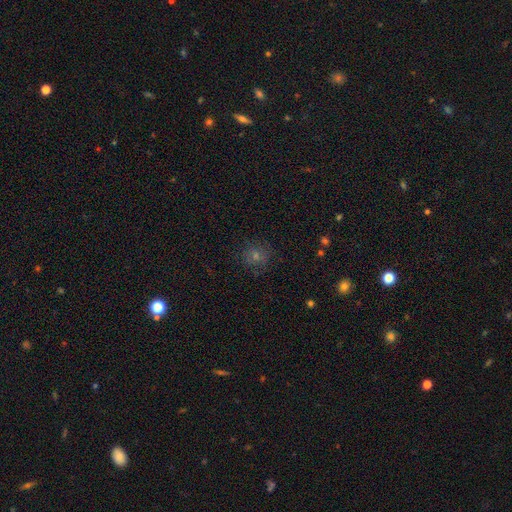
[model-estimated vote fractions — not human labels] Smooth or featured? smooth (51%)
How rounded? round (89%)
Merging? none (83%)